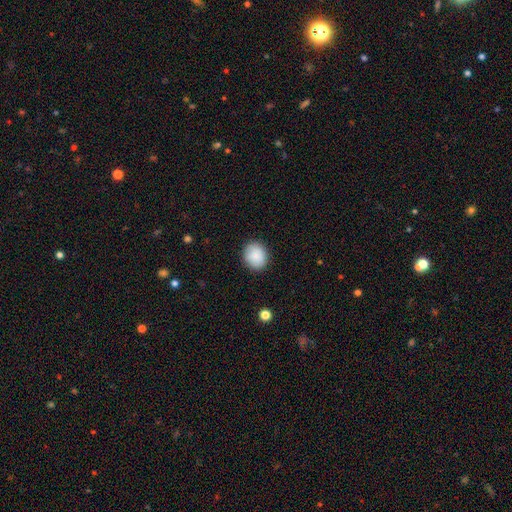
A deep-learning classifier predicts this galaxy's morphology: type=smooth (89%); roundness=round (68%); merging=none (88%).